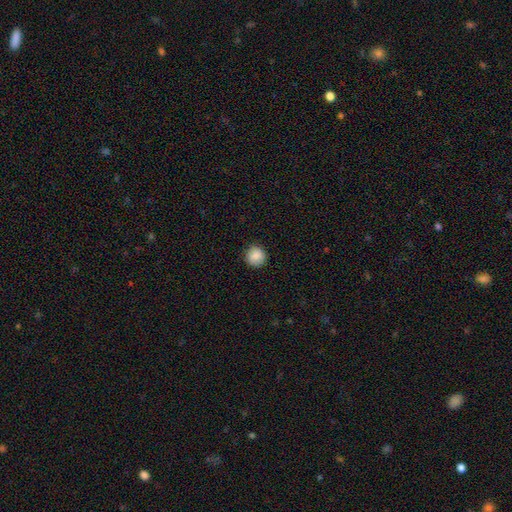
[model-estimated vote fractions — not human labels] smooth 88%, star or artifact 8%, featured or disk 4%. Down the decision tree: how rounded — round (94%); merging — none (90%).